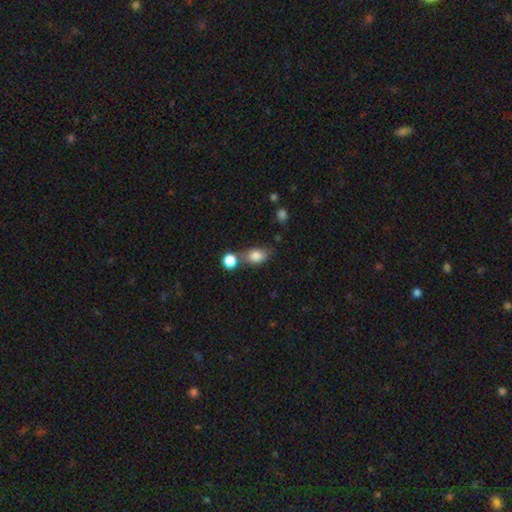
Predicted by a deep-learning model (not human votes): Overall: smooth (82%). How rounded: in between (77%). Merging: none (51%; merger 25%).